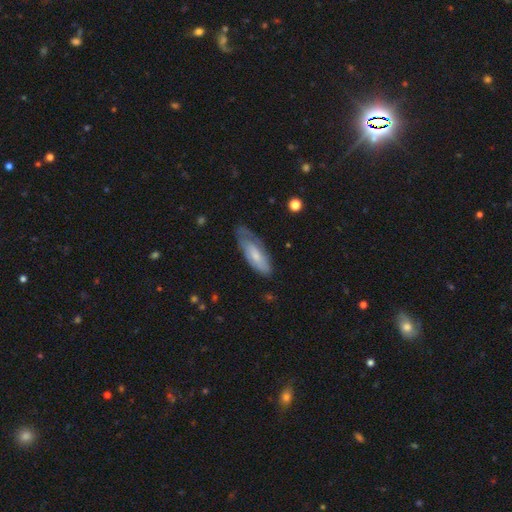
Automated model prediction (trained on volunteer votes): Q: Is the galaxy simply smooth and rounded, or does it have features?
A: smooth — 52%.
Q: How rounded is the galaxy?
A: in between — 69%.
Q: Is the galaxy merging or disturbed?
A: none — 51%.